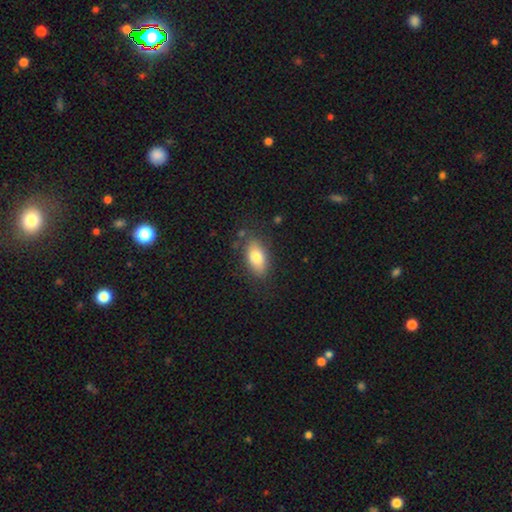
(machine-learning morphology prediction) Q: Smooth or featured?
A: smooth (78%); runner-up: featured or disk (14%)
Q: How rounded?
A: in between (89%); runner-up: cigar-shaped (6%)
Q: Merging?
A: none (81%); runner-up: minor disturbance (13%)